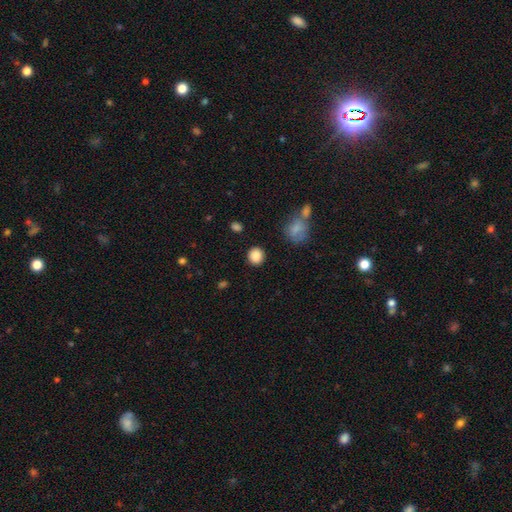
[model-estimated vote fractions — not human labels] smooth-or-featured: smooth: 87% | star or artifact: 9% | featured or disk: 4%
  how-rounded: round: 85% | in between: 14% | cigar-shaped: 1%
  merging: none: 87% | minor disturbance: 7% | major disturbance: 3% | merger: 2%